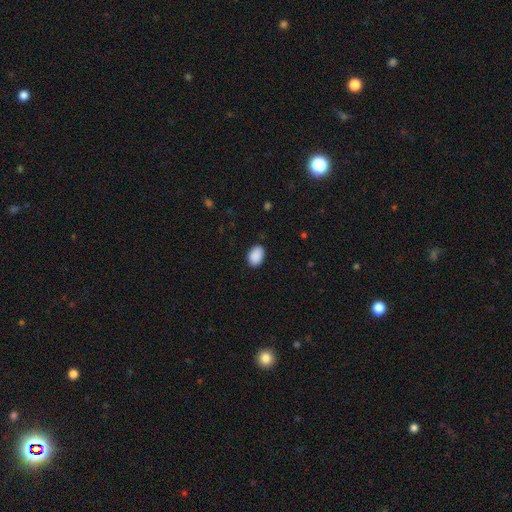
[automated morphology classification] This is clearly a smooth galaxy (91%). How rounded: clearly in between (86%). Merging: clearly none (87%).